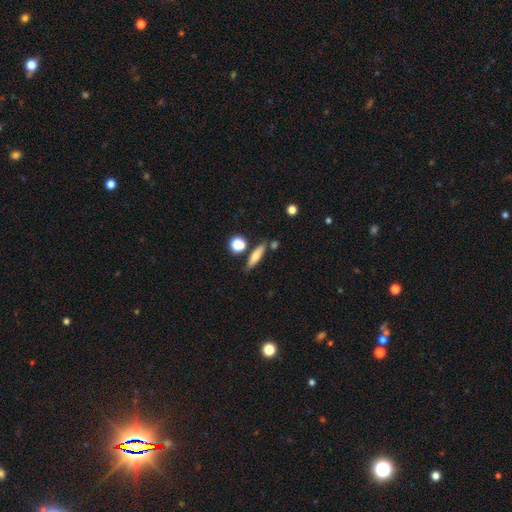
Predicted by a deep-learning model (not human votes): A smooth galaxy with no disk features (68%) that is cigar-shaped (71%). Merging: none (75%).